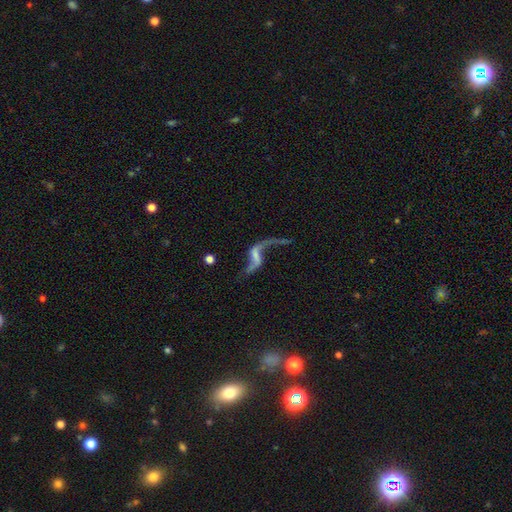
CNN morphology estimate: The model was most divided on "bar": weak: 39%, strong: 36%, no: 26%. Remaining: edge-on disk — no (95%); spiral winding — loose (94%); spiral arms — yes (90%); spiral arm count — 2 (85%); smooth or featured — featured or disk (85%); bulge size — none (52%); merging — none (49%).